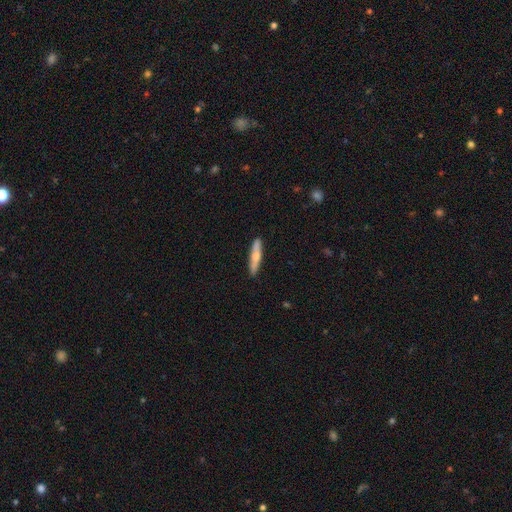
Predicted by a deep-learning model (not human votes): smooth 59%, featured or disk 36%, star or artifact 5%. Down the decision tree: how rounded — cigar-shaped (89%); merging — none (89%).